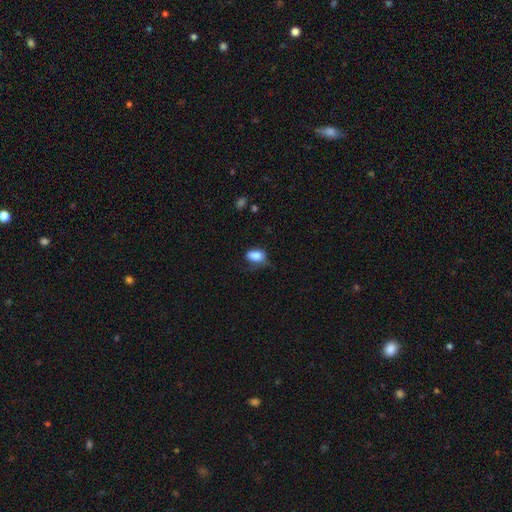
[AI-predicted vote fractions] The model was most divided on "merging": none: 41%, minor disturbance: 37%, major disturbance: 19%, merger: 3%. More confident: how rounded — in between (87%); smooth or featured — smooth (84%).